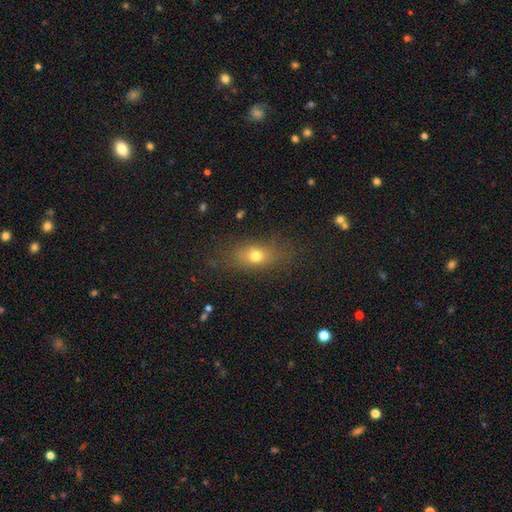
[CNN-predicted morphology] The model was most divided on "how rounded": in between: 69%, round: 22%, cigar-shaped: 10%. More confident: merging — none (75%); smooth or featured — smooth (71%).